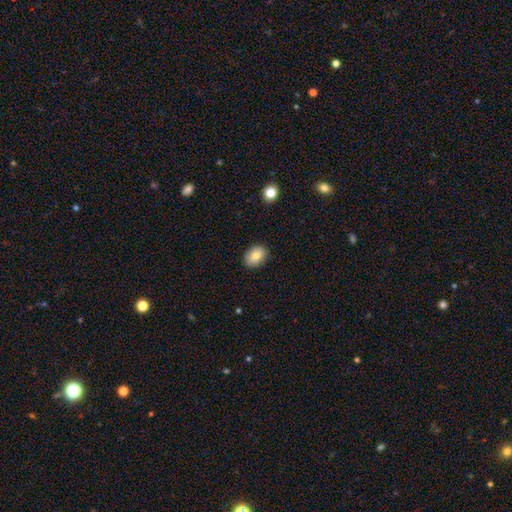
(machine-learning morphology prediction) Smooth or featured? smooth (82%)
How rounded? in between (70%)
Merging? none (87%)